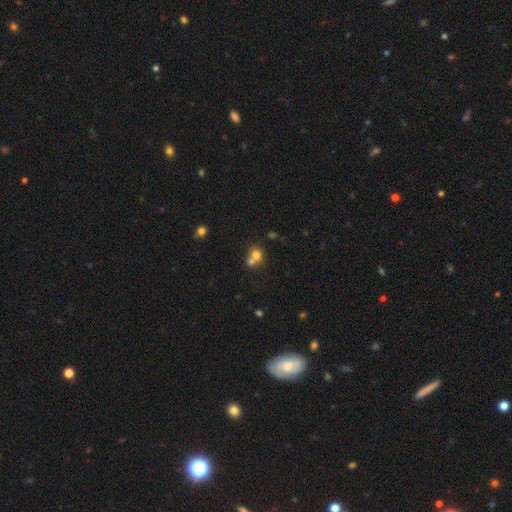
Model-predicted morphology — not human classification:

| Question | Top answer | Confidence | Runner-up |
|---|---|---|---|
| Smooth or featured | smooth | 71% | featured or disk (16%) |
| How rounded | round | 75% | in between (24%) |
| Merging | merger | 58% | none (33%) |